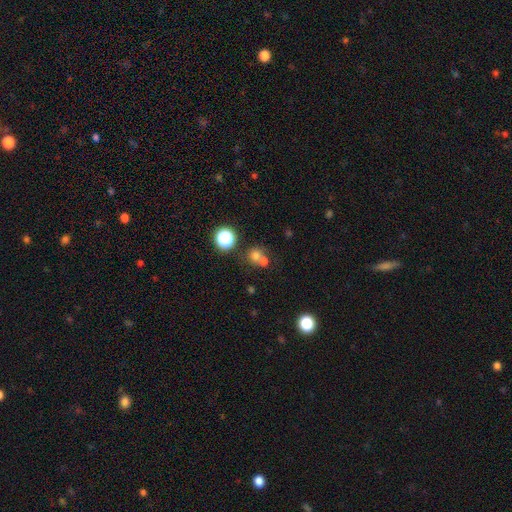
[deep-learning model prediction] This is likely a smooth galaxy (69%). How rounded: clearly round (85%). Merging: possibly none (48%).